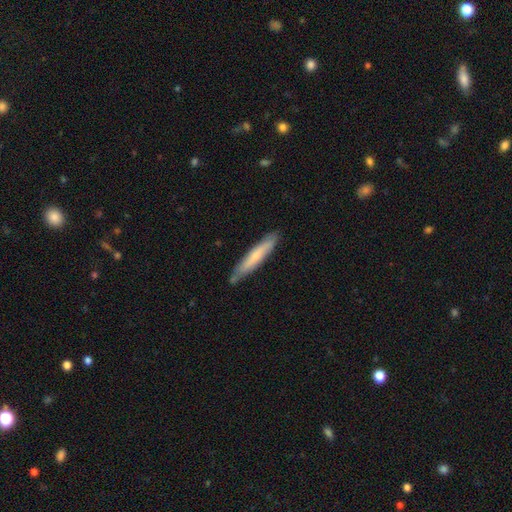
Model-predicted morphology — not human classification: This is likely a smooth galaxy (64%). How rounded: clearly cigar-shaped (92%). Merging: clearly none (82%).